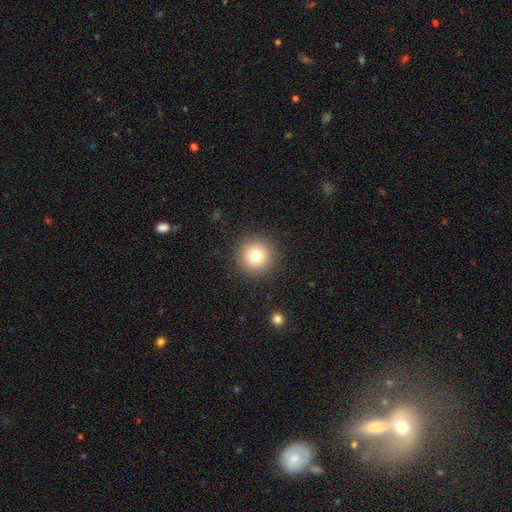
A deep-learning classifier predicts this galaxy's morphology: Overall: smooth (78%). How rounded: round (95%). Merging: none (91%).